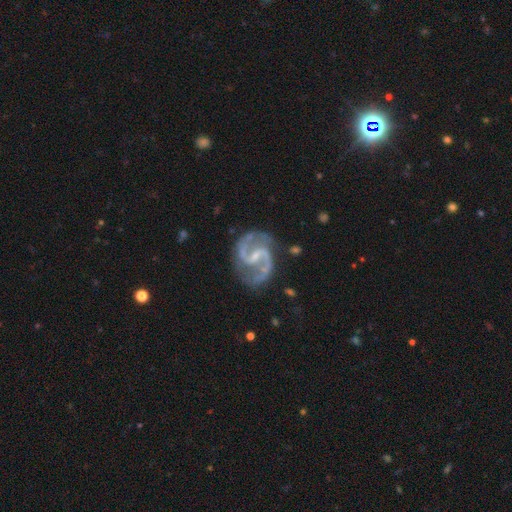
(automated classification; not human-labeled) smooth_or_featured: featured or disk (p=0.94) [alt: star or artifact p=0.04]
disk_edge_on: no (p=0.98) [alt: yes p=0.02]
bar: weak (p=0.54) [alt: strong p=0.28]
has_spiral_arms: yes (p=0.98) [alt: no p=0.02]
spiral_winding: medium (p=0.66) [alt: loose p=0.21]
spiral_arm_count: 2 (p=0.94) [alt: 3 p=0.02]
bulge_size: small (p=0.63) [alt: moderate p=0.21]
merging: none (p=0.77) [alt: minor disturbance p=0.16]